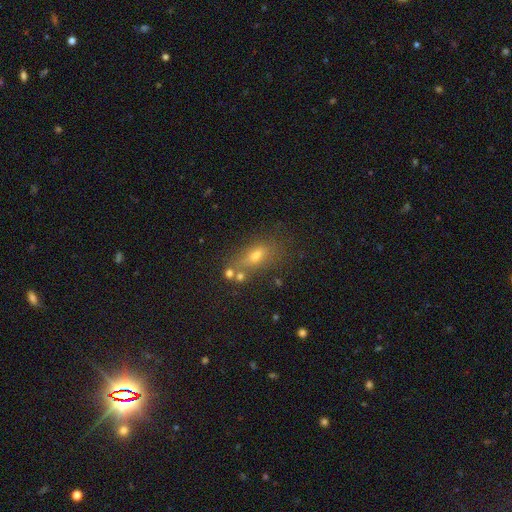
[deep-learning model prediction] This appears to be a smooth galaxy with no disk features (59%) that is in between round and cigar-shaped (67%). Merging: none (61%).